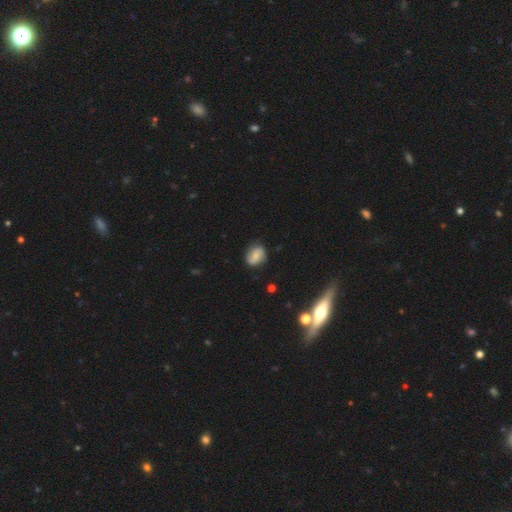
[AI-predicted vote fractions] Smooth or featured?
  - smooth: 51% *
  - featured or disk: 40%
  - star or artifact: 9%
How rounded?
  - in between: 56% *
  - round: 43%
  - cigar-shaped: 2%
Merging?
  - none: 77% *
  - minor disturbance: 17%
  - major disturbance: 4%
  - merger: 2%